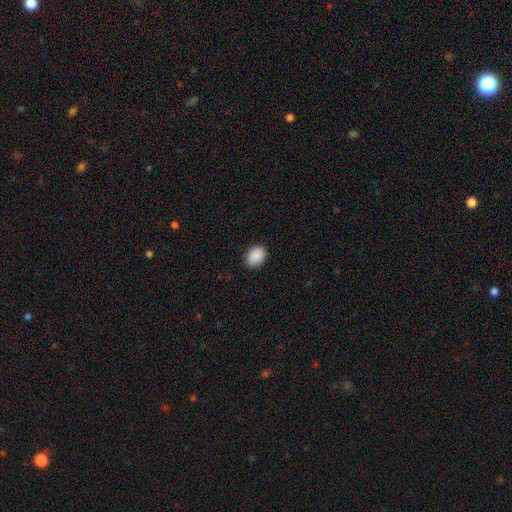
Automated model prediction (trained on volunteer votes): A smooth galaxy with no disk features (90%) that is in between round and cigar-shaped (72%).

Vote fractions:
- Smooth or featured? smooth: 90% / star or artifact: 7% / featured or disk: 3%
- How rounded? in between: 72% / round: 27% / cigar-shaped: 1%
- Merging? none: 86% / minor disturbance: 11% / major disturbance: 2% / merger: 1%